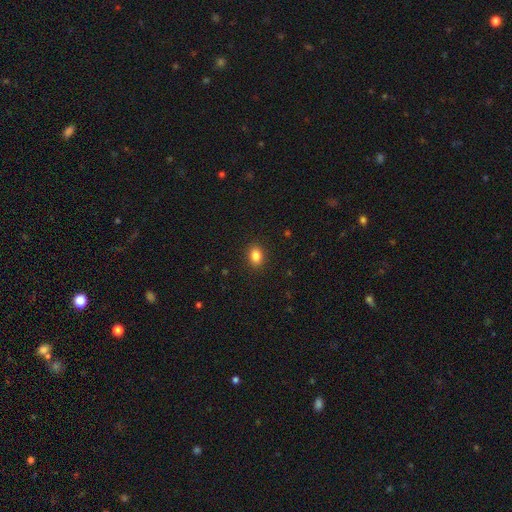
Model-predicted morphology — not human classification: Overall: smooth (85%). How rounded: in between (67%; round 32%). Merging: none (90%).